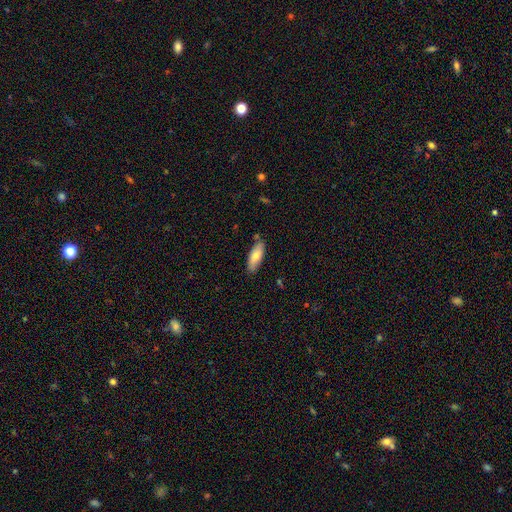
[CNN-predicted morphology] A smooth galaxy with no disk features (76%) that is in between round and cigar-shaped (73%).

Vote fractions:
- Smooth or featured? smooth: 76% / featured or disk: 18% / star or artifact: 6%
- How rounded? in between: 73% / cigar-shaped: 25% / round: 2%
- Merging? none: 82% / minor disturbance: 13% / merger: 3% / major disturbance: 2%